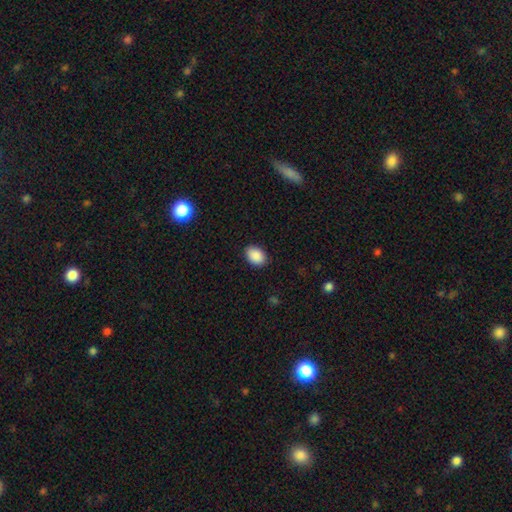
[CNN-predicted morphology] Smooth or featured?
  - smooth: 90% *
  - star or artifact: 7%
  - featured or disk: 3%
How rounded?
  - in between: 79% *
  - round: 20%
  - cigar-shaped: 1%
Merging?
  - none: 88% *
  - minor disturbance: 9%
  - major disturbance: 2%
  - merger: 1%